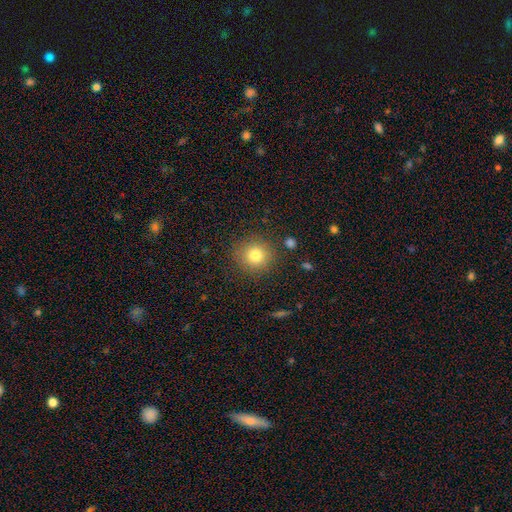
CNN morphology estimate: A smooth galaxy with no disk features (80%) that is round (91%).

Vote fractions:
- Smooth or featured? smooth: 80% / star or artifact: 12% / featured or disk: 8%
- How rounded? round: 91% / in between: 8% / cigar-shaped: 1%
- Merging? none: 87% / minor disturbance: 8% / major disturbance: 3% / merger: 2%